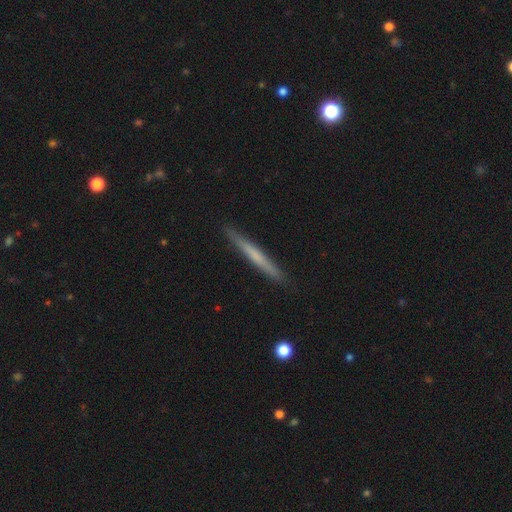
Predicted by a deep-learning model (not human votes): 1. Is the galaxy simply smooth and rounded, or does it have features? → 52% smooth, 43% featured or disk, 6% star or artifact.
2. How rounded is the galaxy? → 97% cigar-shaped, 2% in between, 1% round.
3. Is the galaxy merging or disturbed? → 91% none, 7% minor disturbance, 1% major disturbance, 1% merger.